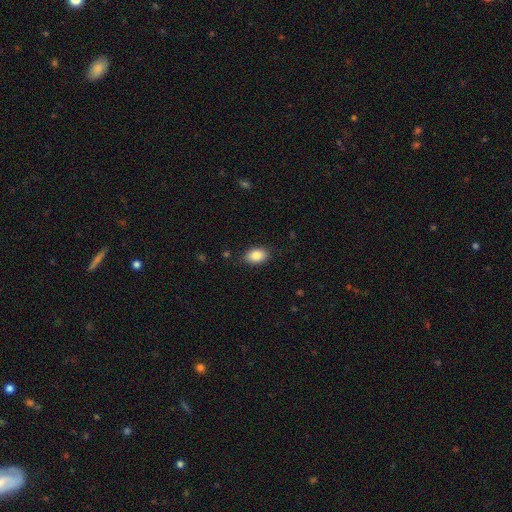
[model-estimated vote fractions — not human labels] Smooth or featured?
  - smooth: 85% *
  - star or artifact: 8%
  - featured or disk: 7%
How rounded?
  - in between: 84% *
  - round: 15%
  - cigar-shaped: 1%
Merging?
  - none: 85% *
  - minor disturbance: 11%
  - major disturbance: 3%
  - merger: 1%